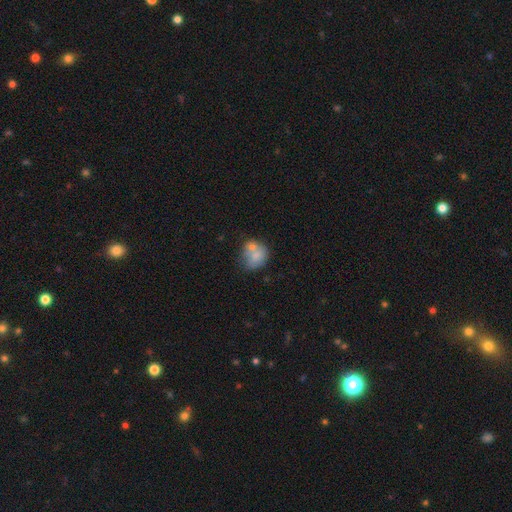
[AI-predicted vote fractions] Smooth or featured: smooth — 73% (featured or disk — 19%)
How rounded: round — 67% (in between — 32%)
Merging: none — 39% (merger — 36%)